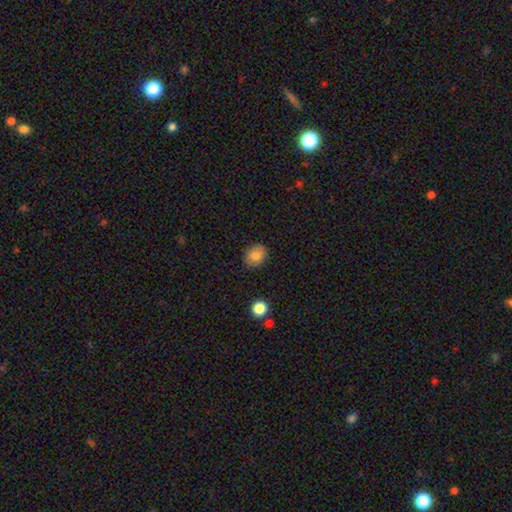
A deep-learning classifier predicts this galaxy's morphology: smooth-or-featured: smooth: 80% | featured or disk: 11% | star or artifact: 9%
  how-rounded: round: 62% | in between: 37% | cigar-shaped: 1%
  merging: none: 86% | minor disturbance: 10% | major disturbance: 2% | merger: 1%